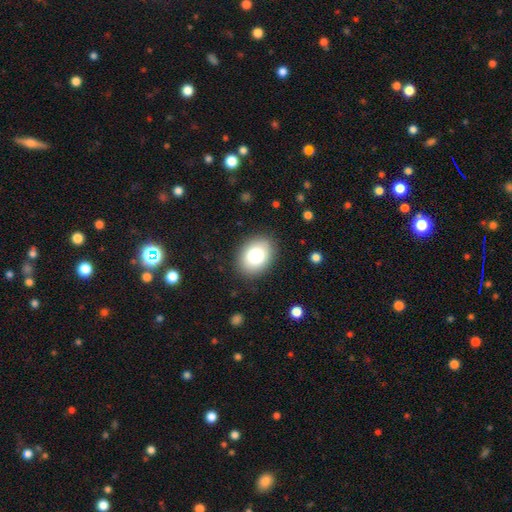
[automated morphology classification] The model was most divided on "how rounded": in between: 70%, round: 29%, cigar-shaped: 1%. More confident: merging — none (87%); smooth or featured — smooth (81%).